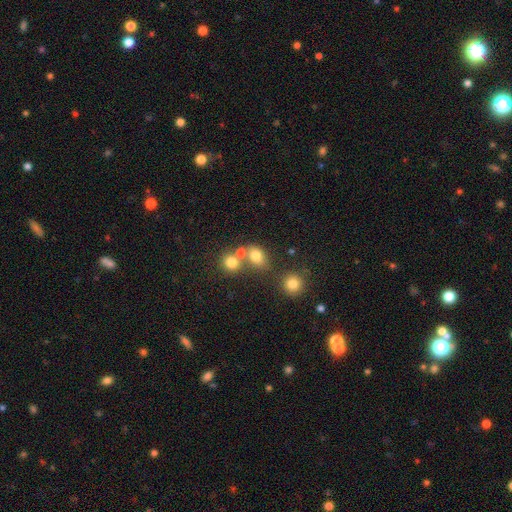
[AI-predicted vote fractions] This appears to be a smooth galaxy with no disk features (75%) that is in between round and cigar-shaped (54%). Merging: none (51%).